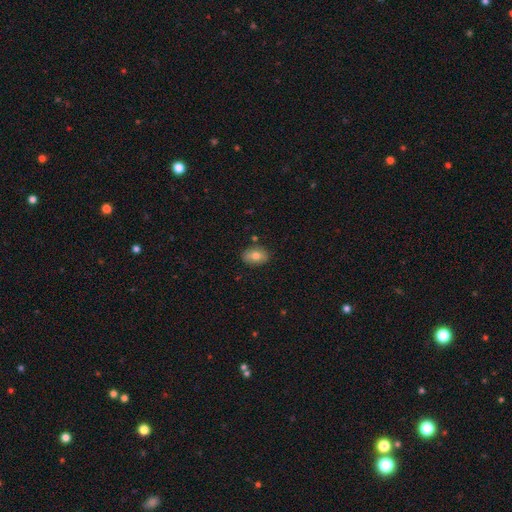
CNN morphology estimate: A smooth galaxy with no disk features (74%) that is in between round and cigar-shaped (77%).

Vote fractions:
- Smooth or featured? smooth: 74% / featured or disk: 18% / star or artifact: 8%
- How rounded? in between: 77% / round: 22% / cigar-shaped: 1%
- Merging? none: 84% / minor disturbance: 11% / merger: 2% / major disturbance: 2%